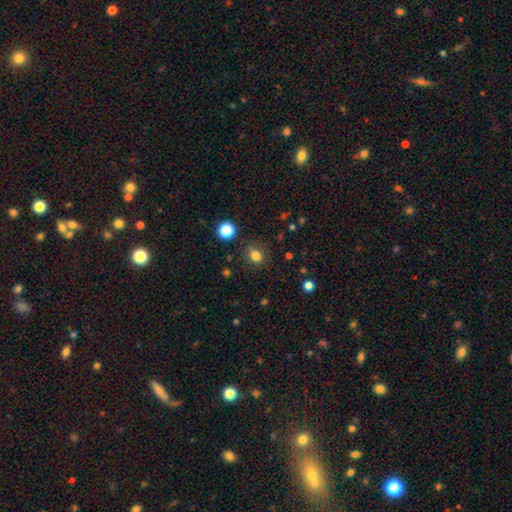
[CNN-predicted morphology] smooth-or-featured: smooth: 81% | star or artifact: 13% | featured or disk: 6%
  how-rounded: round: 52% | in between: 47% | cigar-shaped: 1%
  merging: none: 82% | minor disturbance: 12% | major disturbance: 4% | merger: 2%